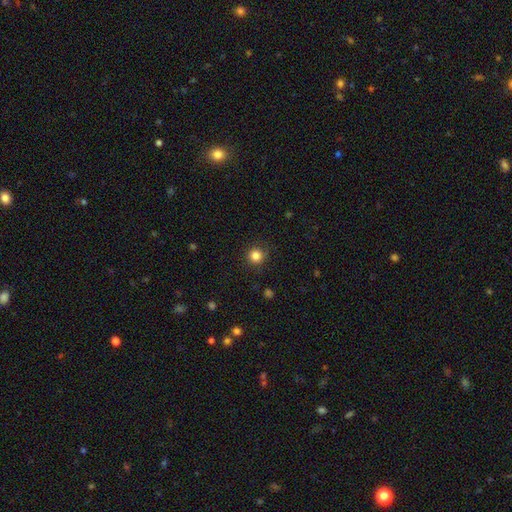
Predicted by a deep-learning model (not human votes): This appears to be a smooth galaxy with no disk features (84%) that is round (94%). Merging: none (88%).